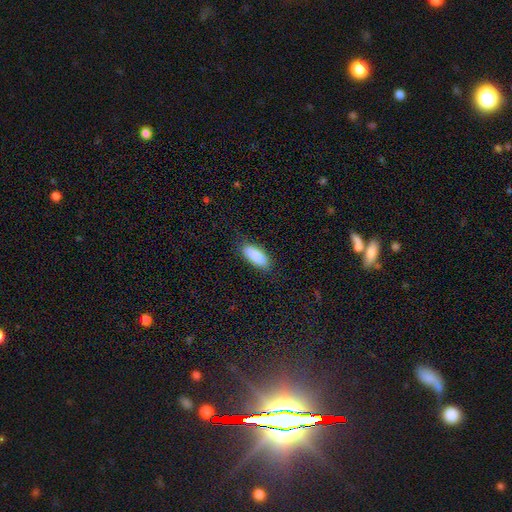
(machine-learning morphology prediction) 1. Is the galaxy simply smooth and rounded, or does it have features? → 88% smooth, 6% featured or disk, 6% star or artifact.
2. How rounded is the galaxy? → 64% in between, 34% cigar-shaped, 2% round.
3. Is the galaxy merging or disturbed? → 84% none, 12% minor disturbance, 3% major disturbance, 1% merger.